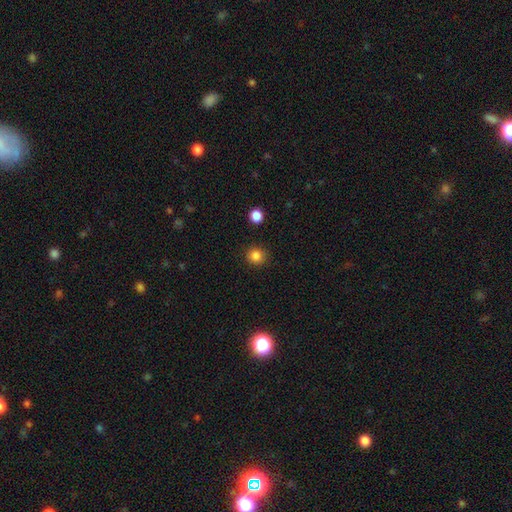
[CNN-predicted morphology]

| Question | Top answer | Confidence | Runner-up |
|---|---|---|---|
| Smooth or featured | smooth | 85% | star or artifact (12%) |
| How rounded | round | 90% | in between (9%) |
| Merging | none | 90% | minor disturbance (6%) |